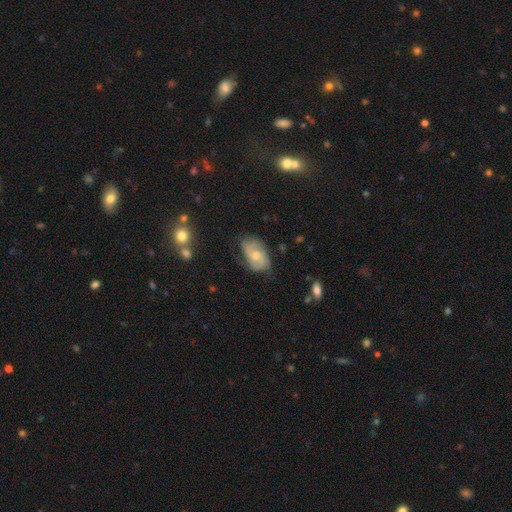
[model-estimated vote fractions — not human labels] Smooth or featured: featured or disk — 65% (smooth — 28%)
Edge-on disk: no — 96% (yes — 4%)
Bar: no — 67% (weak — 28%)
Spiral arms: yes — 89% (no — 11%)
Spiral winding: medium — 44% (tight — 37%)
Spiral arm count: 2 — 57% (can't tell — 20%)
Bulge size: moderate — 56% (small — 37%)
Merging: none — 62% (minor disturbance — 28%)